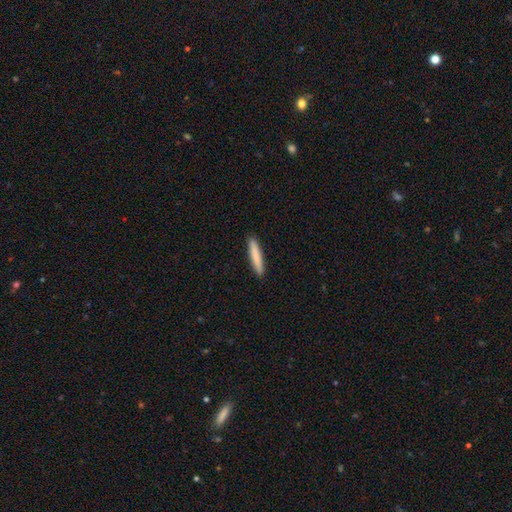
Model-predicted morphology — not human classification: This is clearly a smooth galaxy (82%). How rounded: clearly cigar-shaped (92%). Merging: clearly none (92%).